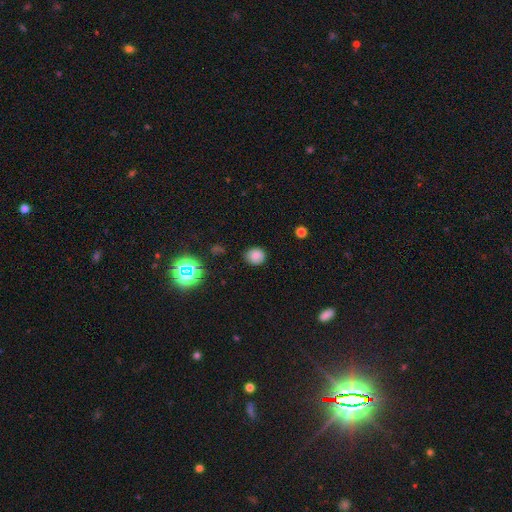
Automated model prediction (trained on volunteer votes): This is likely a smooth galaxy (79%). How rounded: clearly round (82%). Merging: clearly none (84%).